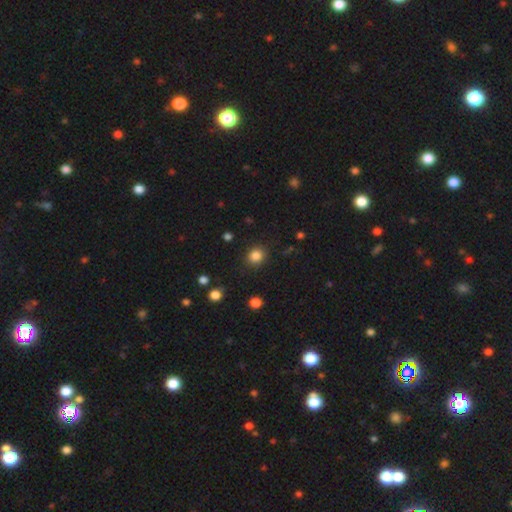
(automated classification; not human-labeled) A smooth galaxy with no disk features (84%) that is round (79%).

Vote fractions:
- Smooth or featured? smooth: 84% / star or artifact: 11% / featured or disk: 4%
- How rounded? round: 79% / in between: 20% / cigar-shaped: 1%
- Merging? none: 87% / minor disturbance: 8% / major disturbance: 3% / merger: 2%